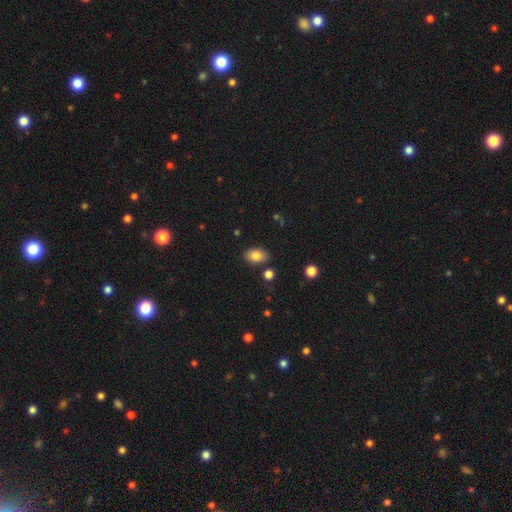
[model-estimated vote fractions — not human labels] Smooth or featured? smooth (83%)
How rounded? in between (86%)
Merging? none (83%)